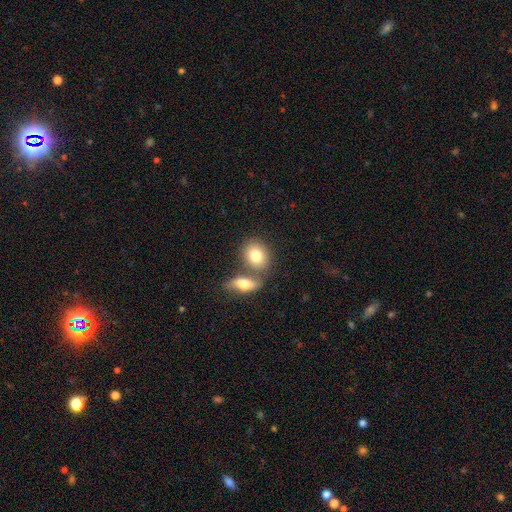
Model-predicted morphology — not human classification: Smooth or featured?
  - smooth: 79% *
  - featured or disk: 14%
  - star or artifact: 7%
How rounded?
  - in between: 54% *
  - round: 44%
  - cigar-shaped: 2%
Merging?
  - none: 52% *
  - merger: 36%
  - minor disturbance: 9%
  - major disturbance: 3%